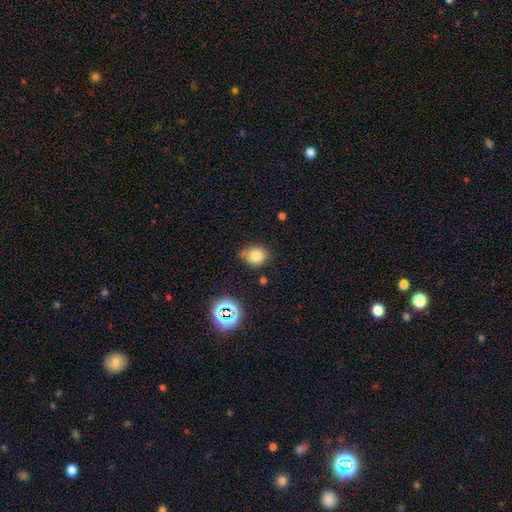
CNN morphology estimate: smooth-or-featured: smooth: 76% | star or artifact: 15% | featured or disk: 9%
  how-rounded: round: 64% | in between: 35% | cigar-shaped: 1%
  merging: none: 66% | minor disturbance: 24% | merger: 6% | major disturbance: 5%